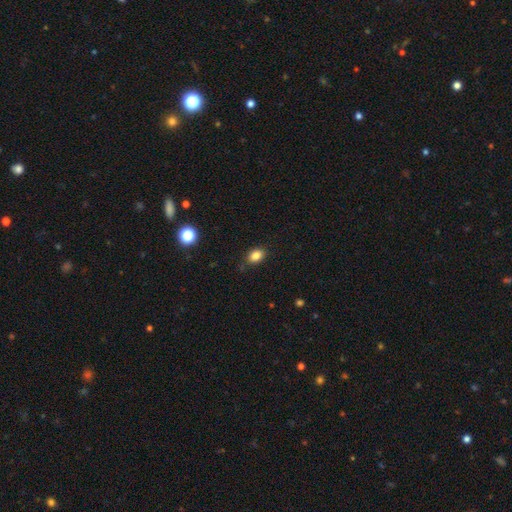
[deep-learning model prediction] smooth-or-featured: smooth: 84% | star or artifact: 11% | featured or disk: 6%
  how-rounded: in between: 78% | round: 21% | cigar-shaped: 1%
  merging: none: 83% | minor disturbance: 13% | major disturbance: 3% | merger: 2%